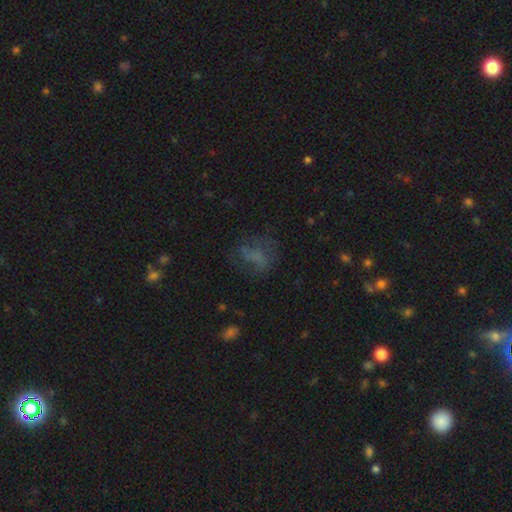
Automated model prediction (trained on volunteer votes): The model was most divided on "smooth or featured": smooth: 48%, featured or disk: 31%, star or artifact: 22%. Remaining: merging — none (50%).